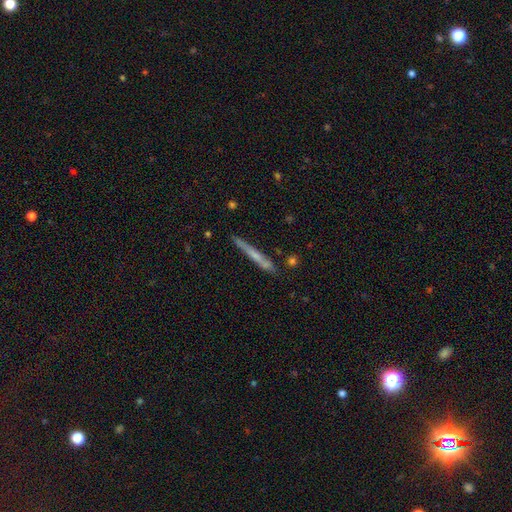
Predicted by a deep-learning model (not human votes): Smooth or featured: featured or disk — 50% (smooth — 44%)
Merging: none — 82% (minor disturbance — 13%)